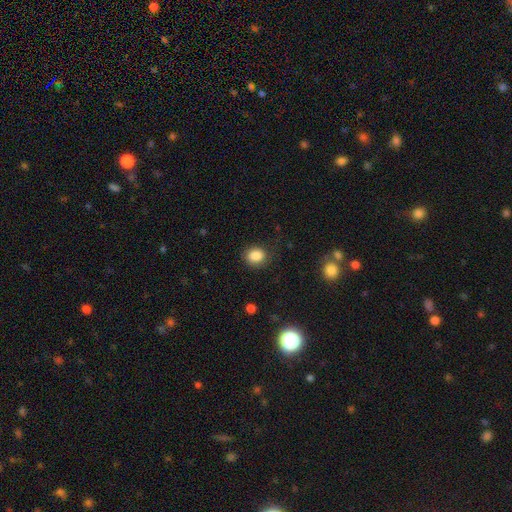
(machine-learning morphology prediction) Smooth or featured? smooth (86%)
How rounded? round (68%)
Merging? none (83%)